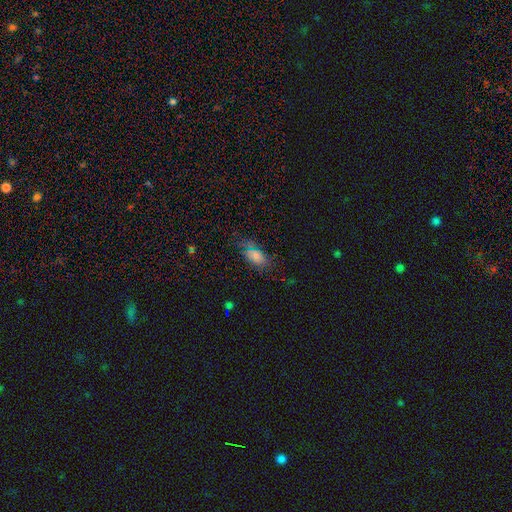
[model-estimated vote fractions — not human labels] Overall: smooth (72%). How rounded: in between (89%). Merging: none (74%).